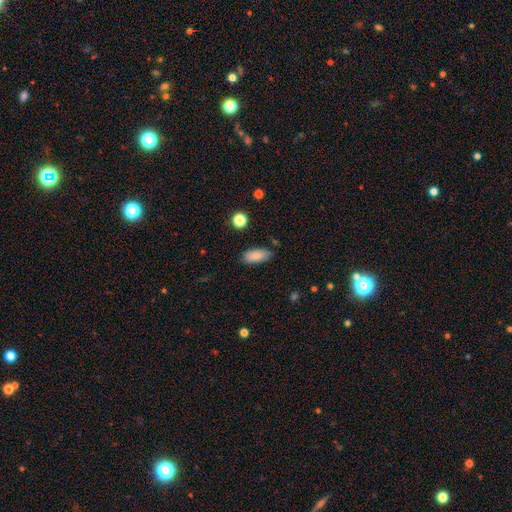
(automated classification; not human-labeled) smooth-or-featured: smooth: 85% | star or artifact: 8% | featured or disk: 7%
  how-rounded: in between: 87% | cigar-shaped: 10% | round: 3%
  merging: none: 82% | minor disturbance: 13% | major disturbance: 3% | merger: 2%